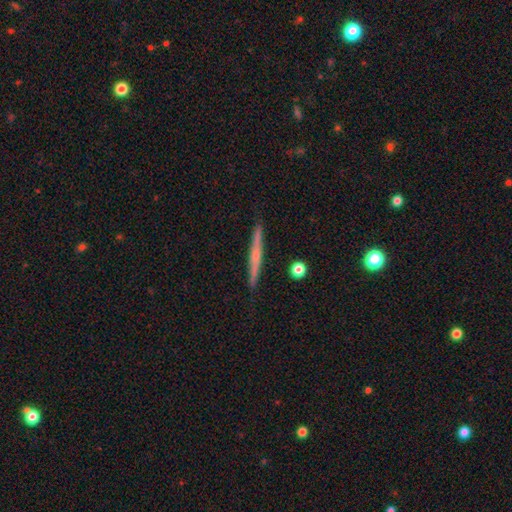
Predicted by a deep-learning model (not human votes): This is likely a featured or disk galaxy (63%). It is clearly viewed edge-on (98%). Edge-on bulge: possibly rounded (55%). Merging: clearly none (91%).